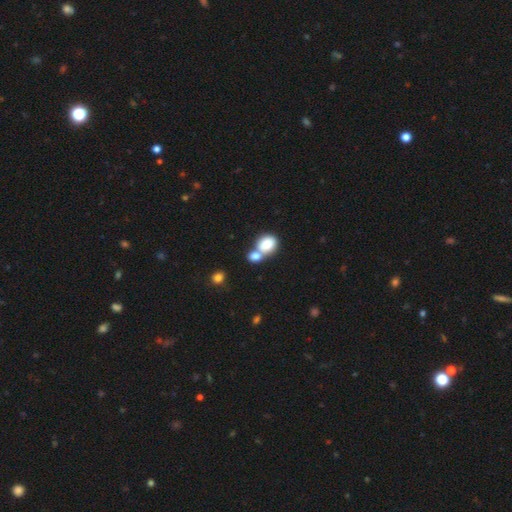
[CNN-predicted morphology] Q: Smooth or featured?
A: smooth (81%); runner-up: featured or disk (11%)
Q: How rounded?
A: round (57%); runner-up: in between (42%)
Q: Merging?
A: merger (59%); runner-up: none (31%)